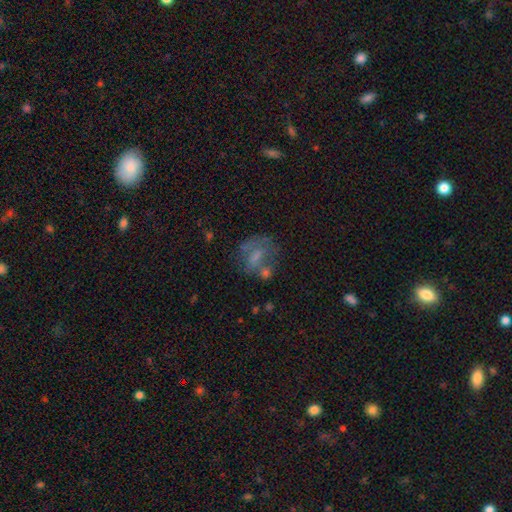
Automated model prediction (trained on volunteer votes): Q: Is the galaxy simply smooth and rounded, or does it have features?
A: smooth — 46%.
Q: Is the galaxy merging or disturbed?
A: none — 39%.